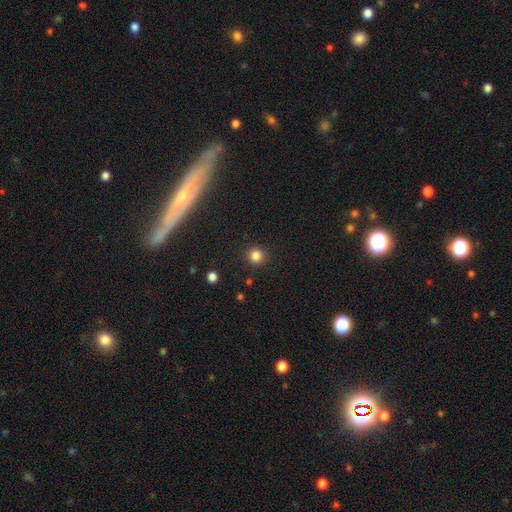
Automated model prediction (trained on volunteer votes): The model was most divided on "smooth or featured": smooth: 83%, star or artifact: 13%, featured or disk: 4%. More confident: how rounded — round (92%); merging — none (91%).